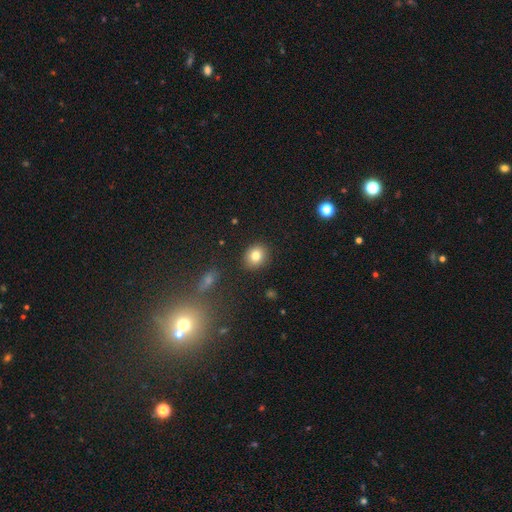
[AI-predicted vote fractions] Smooth or featured: smooth — 80% (star or artifact — 11%)
How rounded: round — 68% (in between — 31%)
Merging: none — 89% (minor disturbance — 7%)